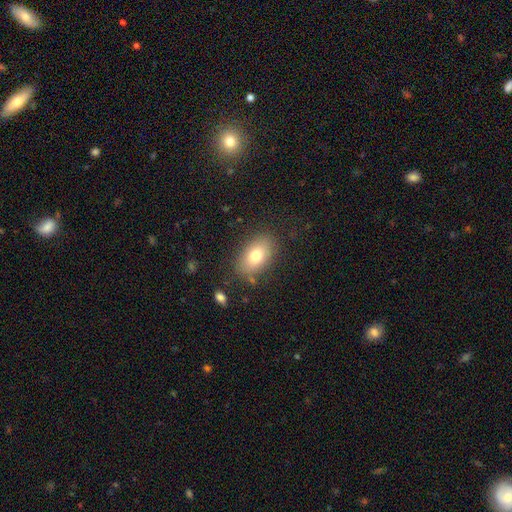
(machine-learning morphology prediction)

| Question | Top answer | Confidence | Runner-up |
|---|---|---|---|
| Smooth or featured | smooth | 75% | featured or disk (15%) |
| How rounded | in between | 88% | round (11%) |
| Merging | none | 81% | minor disturbance (12%) |